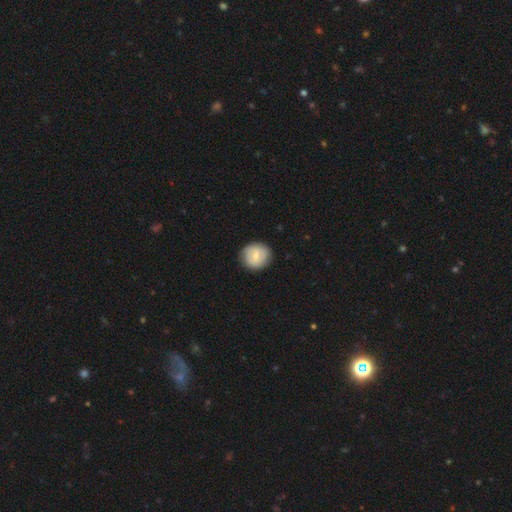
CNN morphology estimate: A smooth galaxy with no disk features (56%) that is round (86%).

Vote fractions:
- Smooth or featured? smooth: 56% / featured or disk: 38% / star or artifact: 6%
- How rounded? round: 86% / in between: 13% / cigar-shaped: 1%
- Merging? none: 86% / minor disturbance: 10% / major disturbance: 3% / merger: 1%